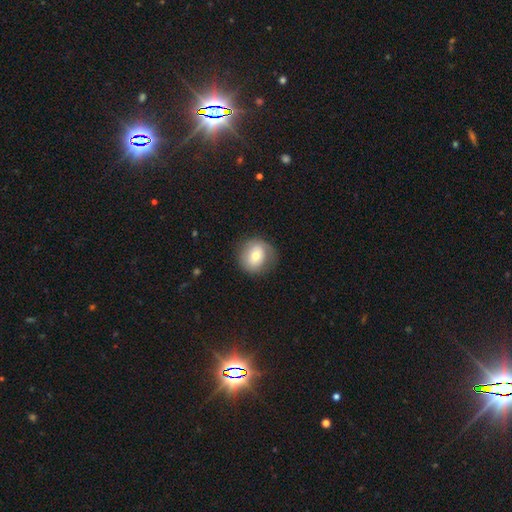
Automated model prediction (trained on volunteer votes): Smooth or featured? Predicted: smooth (p=0.64). How rounded? Predicted: round (p=0.81). Merging? Predicted: none (p=0.73).